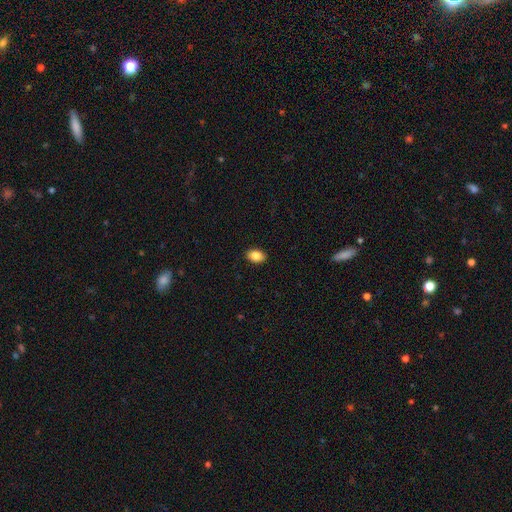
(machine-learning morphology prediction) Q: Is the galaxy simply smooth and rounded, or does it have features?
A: smooth — 86%.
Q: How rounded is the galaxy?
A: in between — 87%.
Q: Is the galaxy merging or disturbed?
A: none — 90%.